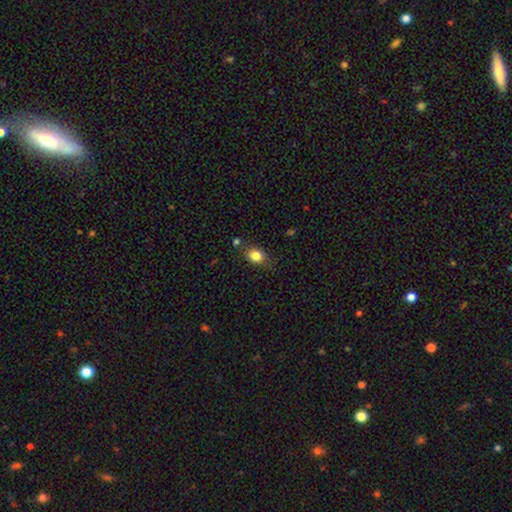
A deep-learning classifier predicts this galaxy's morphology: Smooth or featured: smooth — 83% (star or artifact — 10%)
How rounded: in between — 59% (round — 39%)
Merging: none — 73% (minor disturbance — 17%)